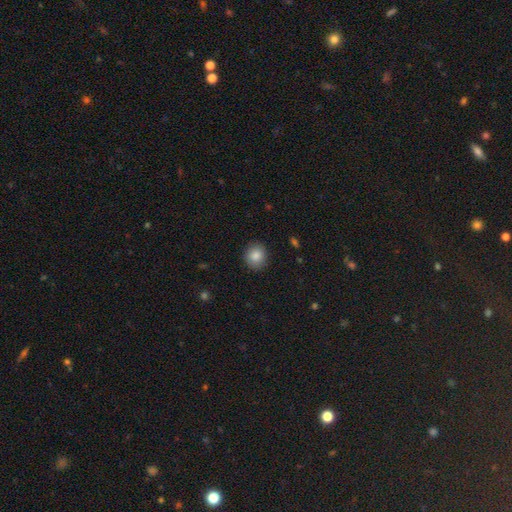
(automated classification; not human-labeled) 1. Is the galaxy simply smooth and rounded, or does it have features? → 86% smooth, 9% star or artifact, 5% featured or disk.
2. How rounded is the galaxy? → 81% round, 18% in between, 1% cigar-shaped.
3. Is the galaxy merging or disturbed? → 89% none, 7% minor disturbance, 2% major disturbance, 1% merger.